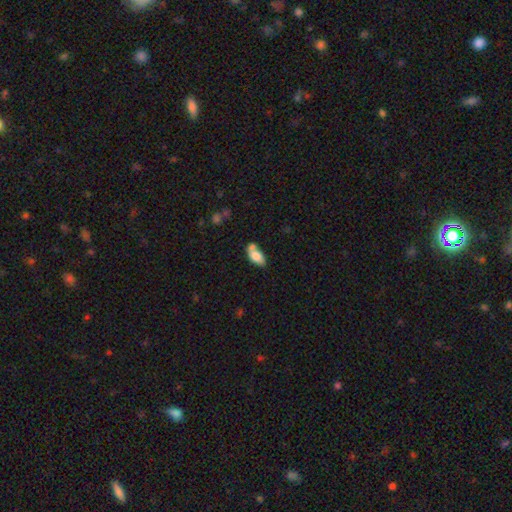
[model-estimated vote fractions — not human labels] smooth 77%, featured or disk 15%, star or artifact 8%. Down the decision tree: how rounded — in between (90%); merging — none (43%).